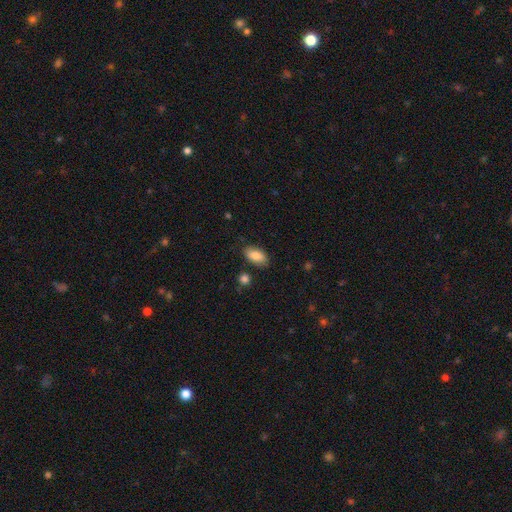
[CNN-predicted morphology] smooth-or-featured: smooth: 85% | featured or disk: 8% | star or artifact: 7%
  how-rounded: in between: 92% | round: 4% | cigar-shaped: 4%
  merging: none: 81% | minor disturbance: 13% | major disturbance: 3% | merger: 3%